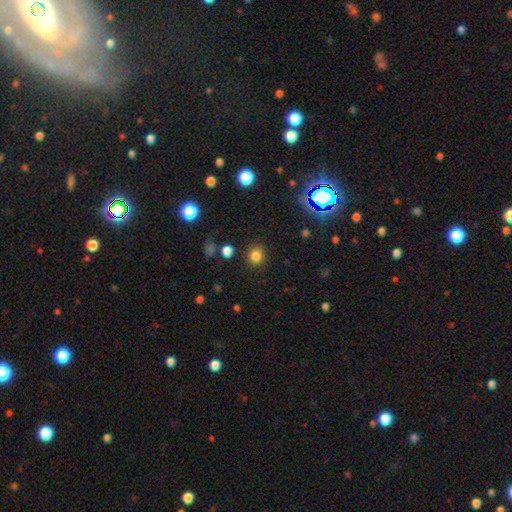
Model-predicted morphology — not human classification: smooth-or-featured: smooth: 82% | star or artifact: 14% | featured or disk: 4%
  how-rounded: round: 82% | in between: 17% | cigar-shaped: 1%
  merging: none: 87% | minor disturbance: 8% | major disturbance: 3% | merger: 2%